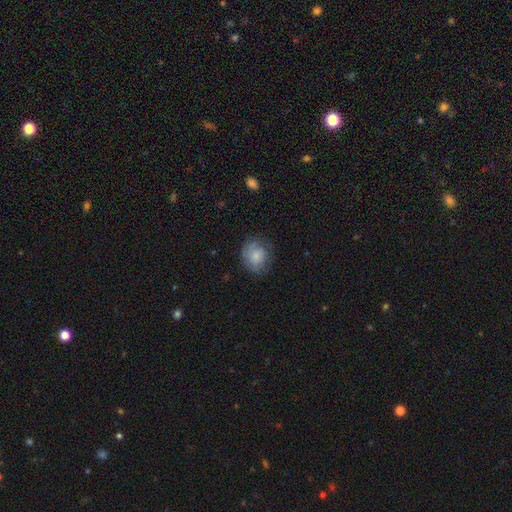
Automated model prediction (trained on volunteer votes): This appears to be a smooth galaxy with no disk features (70%) that is round (72%). Merging: none (67%).